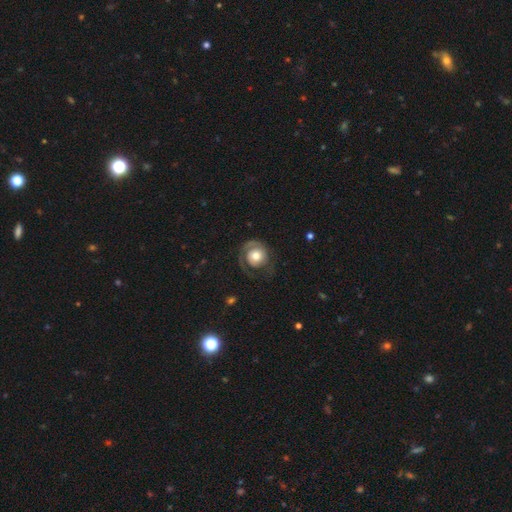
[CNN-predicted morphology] type=featured or disk (57%); edge-on=no (97%); bar=no (83%); spiral arms=yes (79%); bulge=moderate (53%); merging=none (56%).